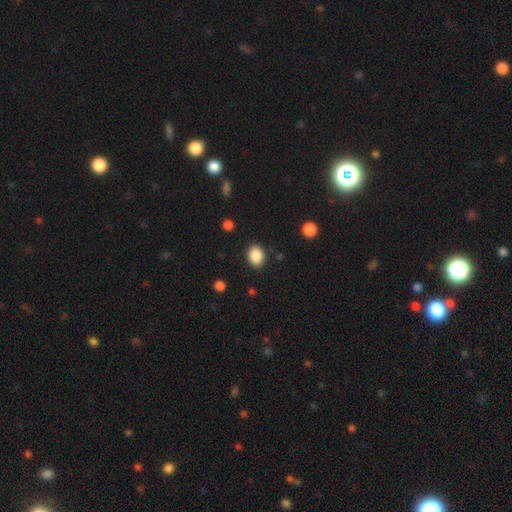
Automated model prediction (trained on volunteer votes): Smooth or featured? smooth (88%)
How rounded? in between (61%)
Merging? none (87%)